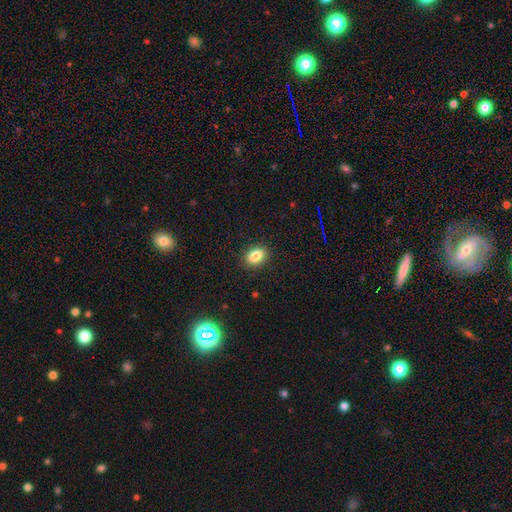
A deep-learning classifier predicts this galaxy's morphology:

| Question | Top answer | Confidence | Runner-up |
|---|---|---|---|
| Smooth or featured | smooth | 83% | star or artifact (10%) |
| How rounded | in between | 78% | round (21%) |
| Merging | none | 89% | minor disturbance (8%) |